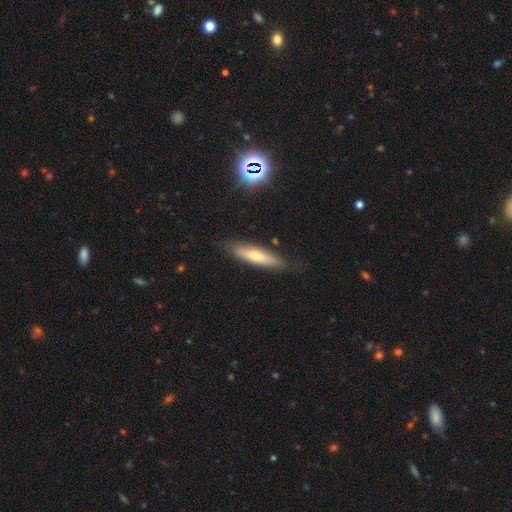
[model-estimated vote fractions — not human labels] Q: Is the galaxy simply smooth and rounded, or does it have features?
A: smooth — 59%.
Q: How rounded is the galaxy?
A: cigar-shaped — 73%.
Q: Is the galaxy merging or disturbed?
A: none — 82%.